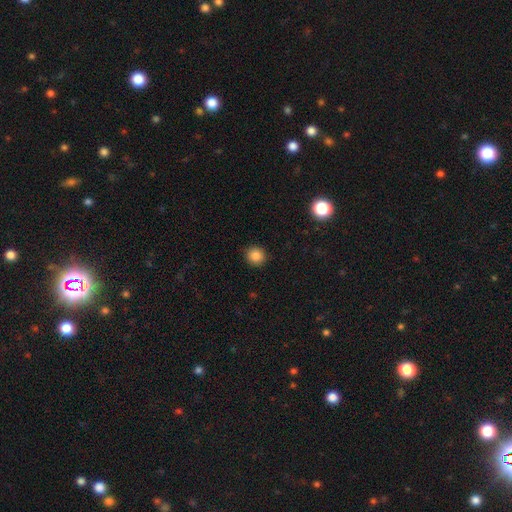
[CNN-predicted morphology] Q: Smooth or featured?
A: smooth (85%); runner-up: star or artifact (11%)
Q: How rounded?
A: round (92%); runner-up: in between (7%)
Q: Merging?
A: none (92%); runner-up: minor disturbance (5%)